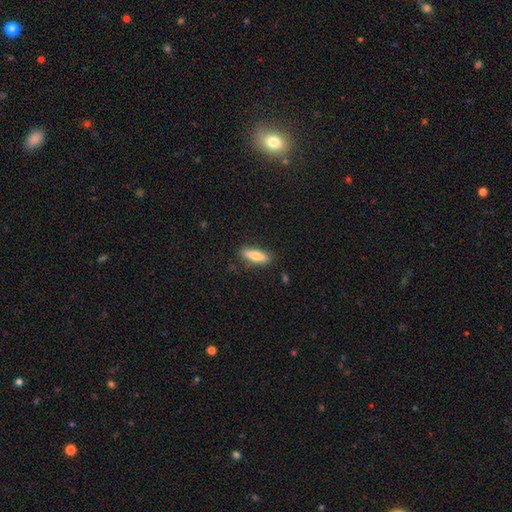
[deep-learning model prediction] Smooth or featured? Predicted: smooth (p=0.64). How rounded? Predicted: cigar-shaped (p=0.57). Merging? Predicted: none (p=0.85).